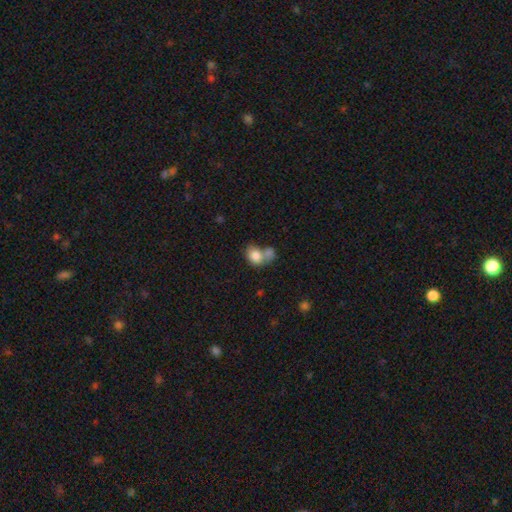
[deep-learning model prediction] A smooth galaxy with no disk features (82%) that is in between round and cigar-shaped (53%).

Vote fractions:
- Smooth or featured? smooth: 82% / featured or disk: 10% / star or artifact: 8%
- How rounded? in between: 53% / round: 46% / cigar-shaped: 1%
- Merging? merger: 55% / none: 29% / minor disturbance: 10% / major disturbance: 6%